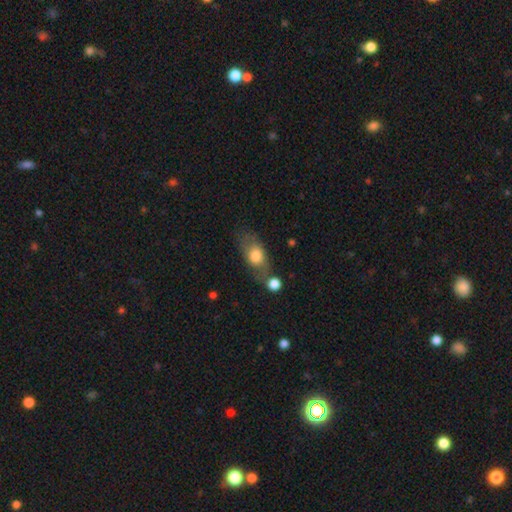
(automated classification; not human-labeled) This appears to be a smooth galaxy with no disk features (71%) that is in between round and cigar-shaped (78%). Merging: none (53%).